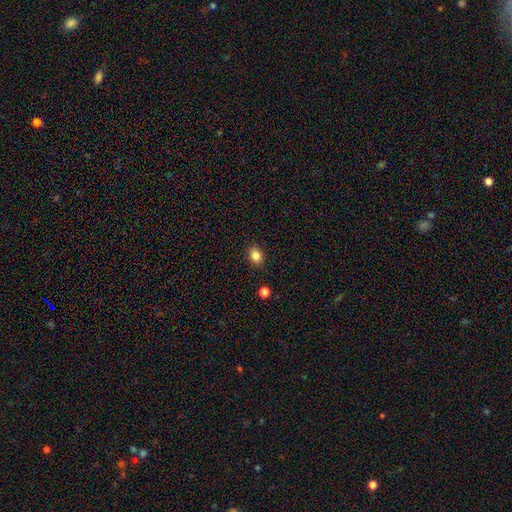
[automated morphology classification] This appears to be a smooth galaxy with no disk features (84%) that is in between round and cigar-shaped (53%). Merging: none (89%).